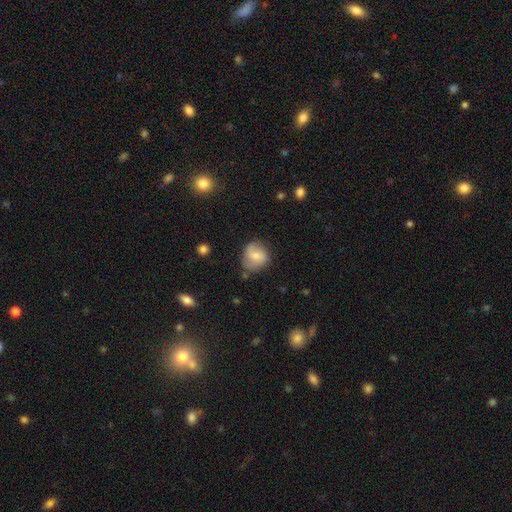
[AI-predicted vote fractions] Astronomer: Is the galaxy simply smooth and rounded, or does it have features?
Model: smooth — 56% (runner-up: featured or disk, 36%).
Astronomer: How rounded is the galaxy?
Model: round — 78%.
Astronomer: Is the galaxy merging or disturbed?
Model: none — 63%.